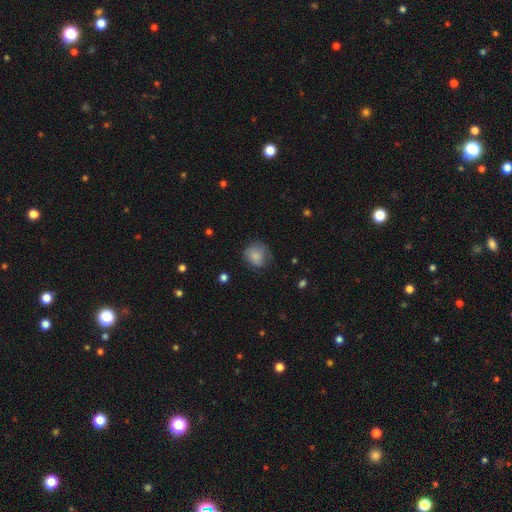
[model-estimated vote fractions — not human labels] A smooth galaxy with no disk features (80%) that is round (78%). Merging: none (61%).